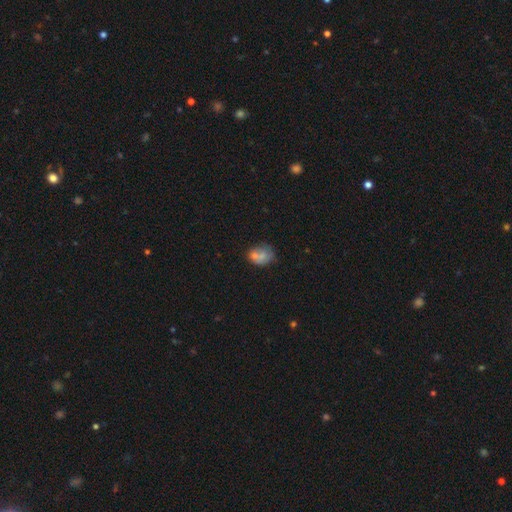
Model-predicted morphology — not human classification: A smooth galaxy with no disk features (62%) that is round (51%).

Vote fractions:
- Smooth or featured? smooth: 62% / featured or disk: 23% / star or artifact: 15%
- How rounded? round: 51% / in between: 47% / cigar-shaped: 1%
- Merging? none: 47% / merger: 23% / minor disturbance: 20% / major disturbance: 10%